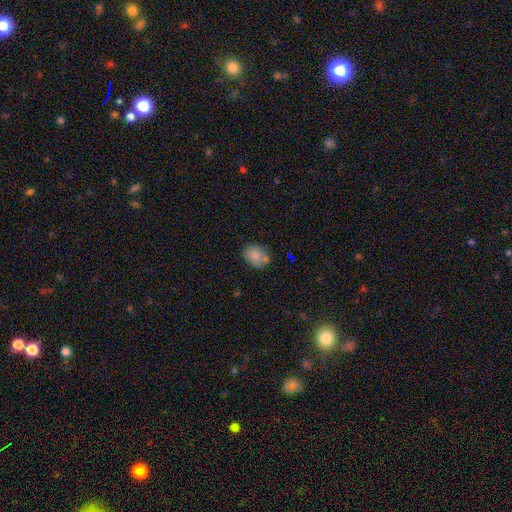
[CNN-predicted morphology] The model was most divided on "how rounded": in between: 52%, round: 47%, cigar-shaped: 1%. More confident: smooth or featured — smooth (81%); merging — none (61%).